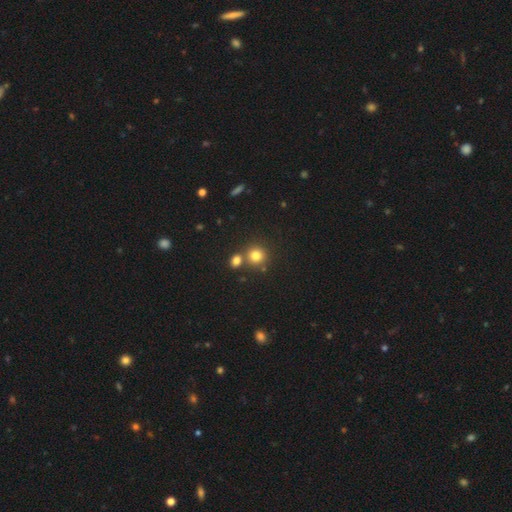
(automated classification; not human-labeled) smooth-or-featured: smooth: 78% | star or artifact: 14% | featured or disk: 8%
  how-rounded: round: 89% | in between: 10% | cigar-shaped: 1%
  merging: none: 66% | merger: 24% | minor disturbance: 8% | major disturbance: 3%